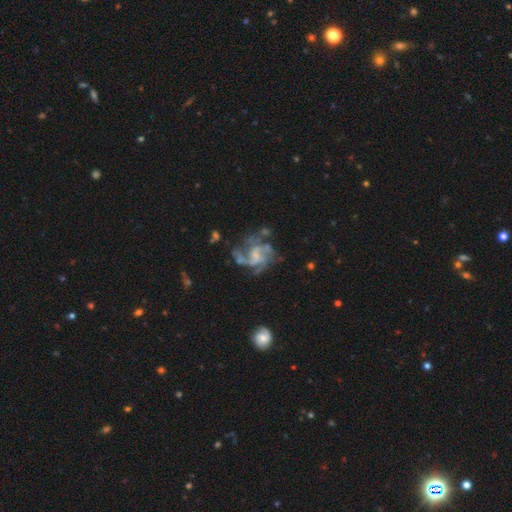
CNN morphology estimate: This appears to be a featured or disk galaxy (83%) with no bar (46%), 3 (35%) medium (50%) spiral arms (90%) and no central bulge (36%, tied with small). Merging: none (48%).